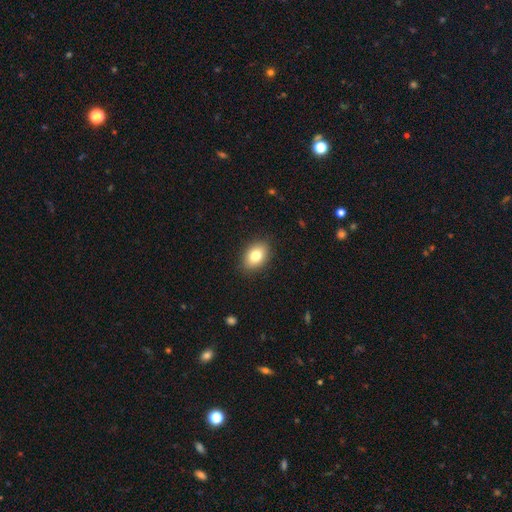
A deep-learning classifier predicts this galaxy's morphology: A smooth galaxy with no disk features (79%) that is in between round and cigar-shaped (80%). Merging: none (88%).